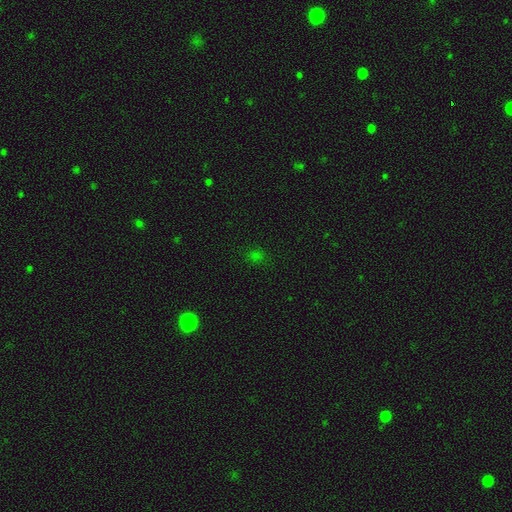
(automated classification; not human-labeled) Morphology: type=smooth (51%); roundness=round (66%); merging=none (84%).